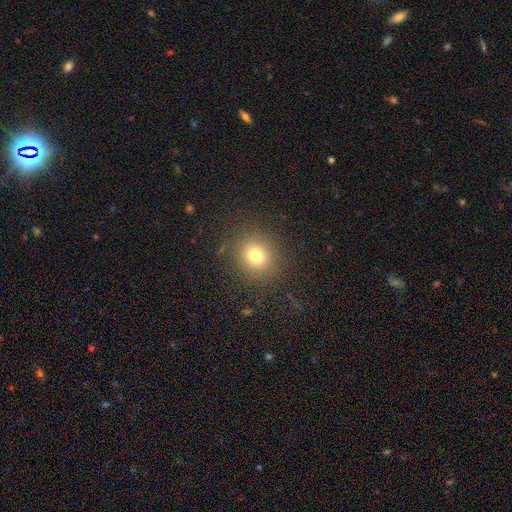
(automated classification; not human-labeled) This is likely a smooth galaxy (74%). How rounded: clearly round (87%). Merging: clearly none (87%).